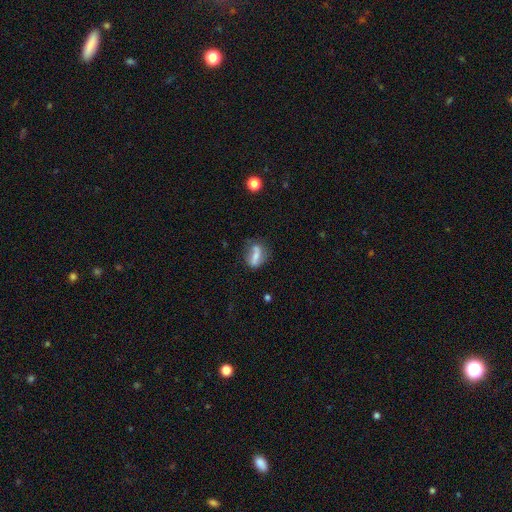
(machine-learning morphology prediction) smooth 55%, featured or disk 36%, star or artifact 9%. Down the decision tree: how rounded — in between (64%); merging — none (54%).